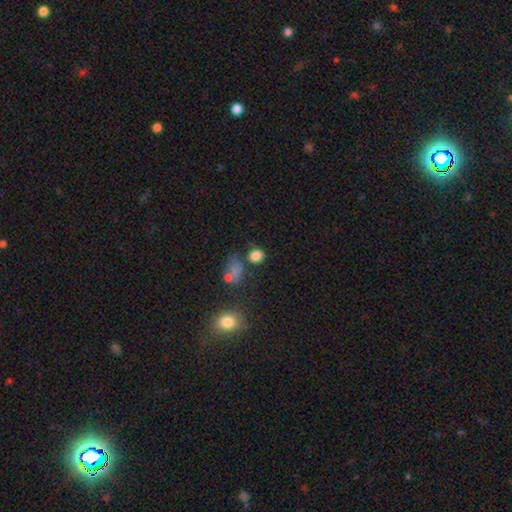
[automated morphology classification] type=smooth (80%); roundness=round (71%); merging=none (64%).